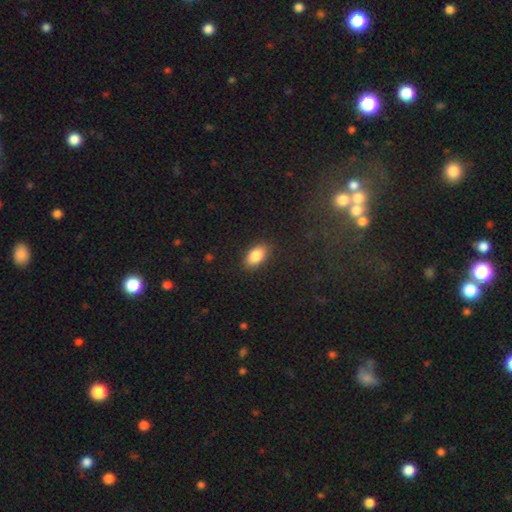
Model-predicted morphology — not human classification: This is clearly a smooth galaxy (85%). How rounded: clearly in between (91%). Merging: clearly none (86%).